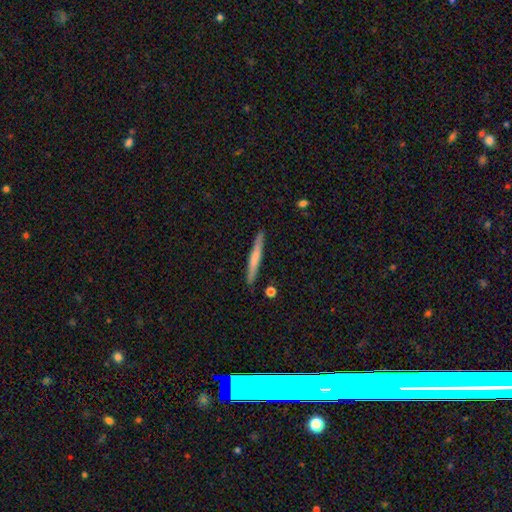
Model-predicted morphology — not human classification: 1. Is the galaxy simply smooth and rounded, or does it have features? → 54% smooth, 40% featured or disk, 6% star or artifact.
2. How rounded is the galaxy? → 96% cigar-shaped, 2% in between, 1% round.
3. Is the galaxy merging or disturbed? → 91% none, 6% minor disturbance, 2% merger, 1% major disturbance.